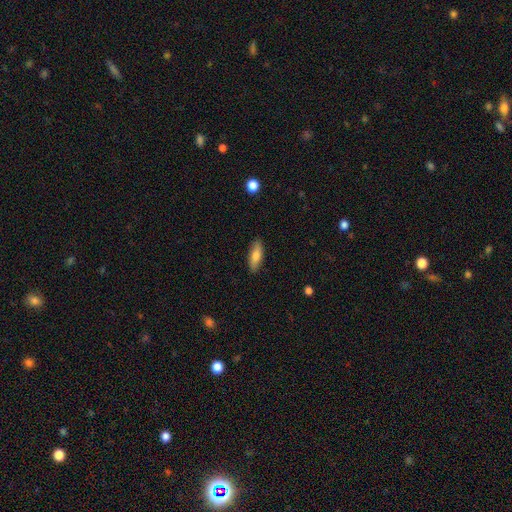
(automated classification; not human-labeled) Smooth or featured? smooth (76%)
How rounded? in between (59%)
Merging? none (88%)